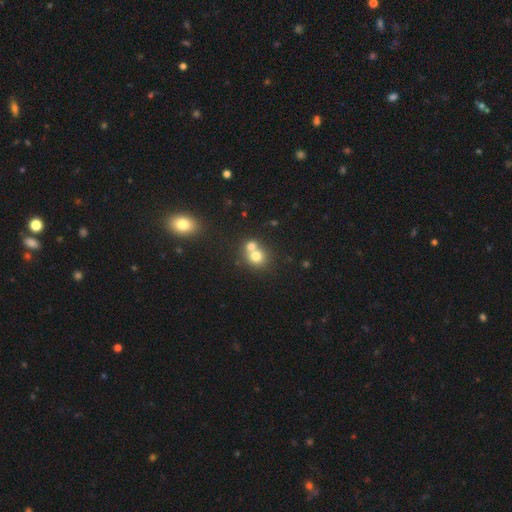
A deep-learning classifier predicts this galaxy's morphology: smooth-or-featured: smooth: 73% | featured or disk: 14% | star or artifact: 12%
  how-rounded: round: 81% | in between: 18% | cigar-shaped: 1%
  merging: merger: 53% | none: 38% | minor disturbance: 6% | major disturbance: 3%